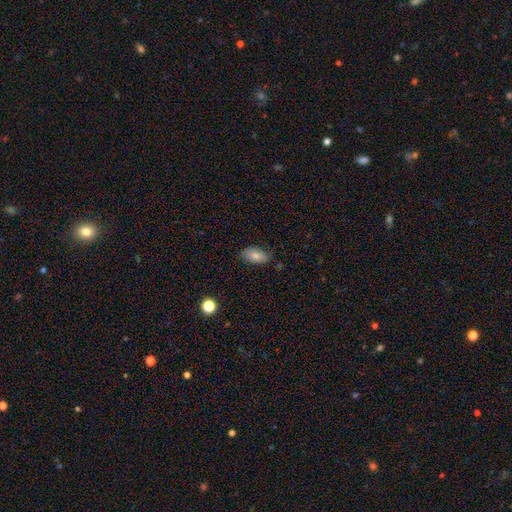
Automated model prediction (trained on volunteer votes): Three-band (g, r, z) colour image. It shows a smooth galaxy with no disk features (73%) that is in between round and cigar-shaped (92%). Merging: none (79%).